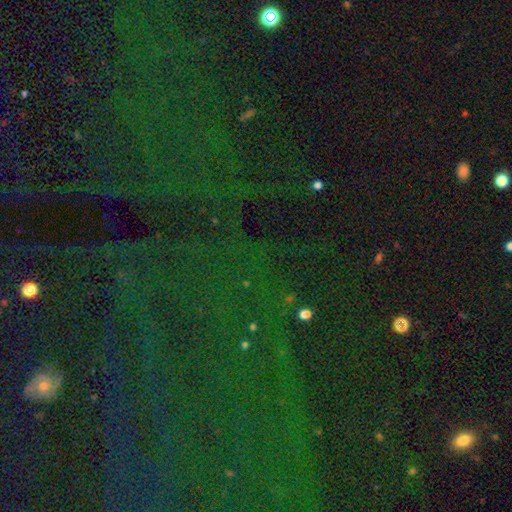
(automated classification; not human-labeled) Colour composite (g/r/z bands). It shows a star or artifact, not a galaxy (82%).